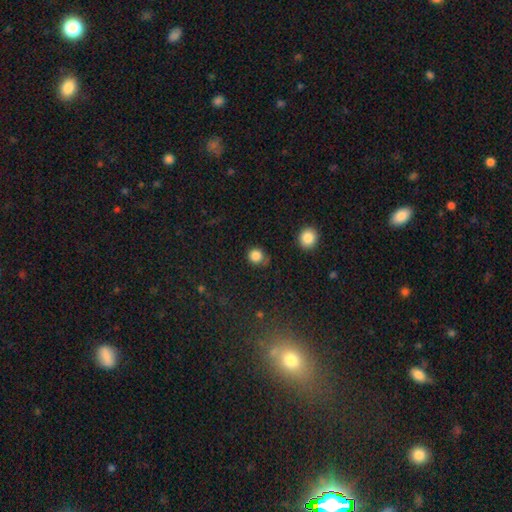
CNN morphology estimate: Smooth or featured? smooth (84%)
How rounded? round (86%)
Merging? none (69%)